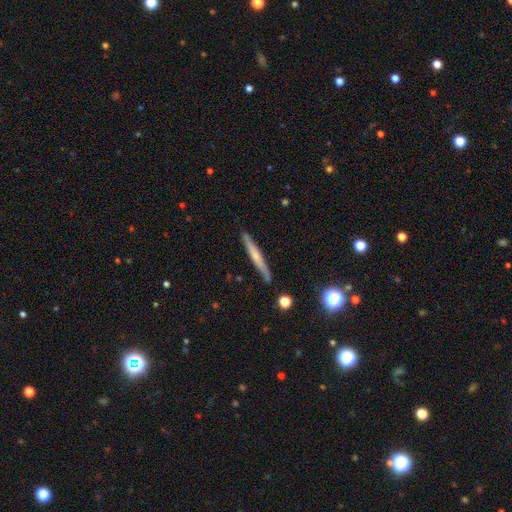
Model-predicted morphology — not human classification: The model was most divided on "smooth or featured": featured or disk: 48%, smooth: 45%, star or artifact: 7%. More confident: merging — none (87%).